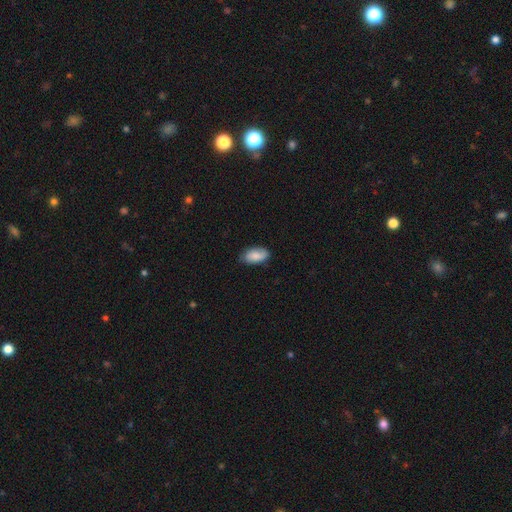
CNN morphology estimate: Smooth or featured?
  - smooth: 83% *
  - featured or disk: 11%
  - star or artifact: 6%
How rounded?
  - in between: 94% *
  - cigar-shaped: 3%
  - round: 3%
Merging?
  - none: 79% *
  - minor disturbance: 17%
  - major disturbance: 3%
  - merger: 1%